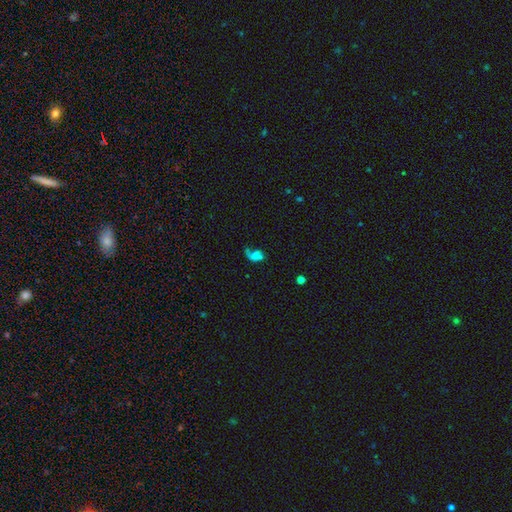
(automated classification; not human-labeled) Smooth or featured? Predicted: smooth (p=0.43). Merging? Predicted: major disturbance (p=0.38).